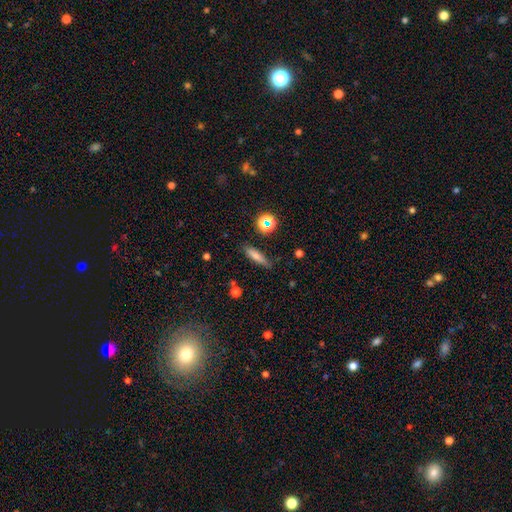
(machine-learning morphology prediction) The model was most divided on "how rounded": cigar-shaped: 70%, in between: 25%, round: 5%. More confident: merging — none (80%); smooth or featured — smooth (70%).